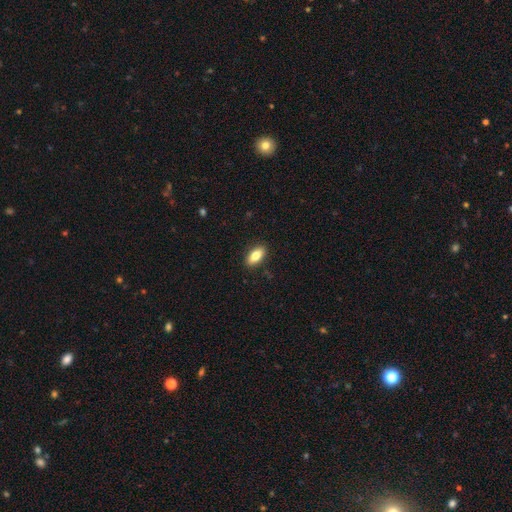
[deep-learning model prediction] This appears to be a smooth galaxy with no disk features (82%) that is in between round and cigar-shaped (88%). Merging: none (89%).